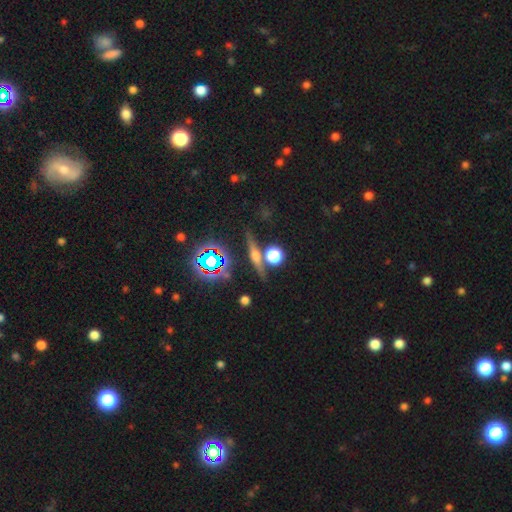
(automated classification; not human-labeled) The model was most divided on "smooth or featured": featured or disk: 54%, smooth: 27%, star or artifact: 19%. More confident: edge-on disk — yes (92%); merging — none (79%).